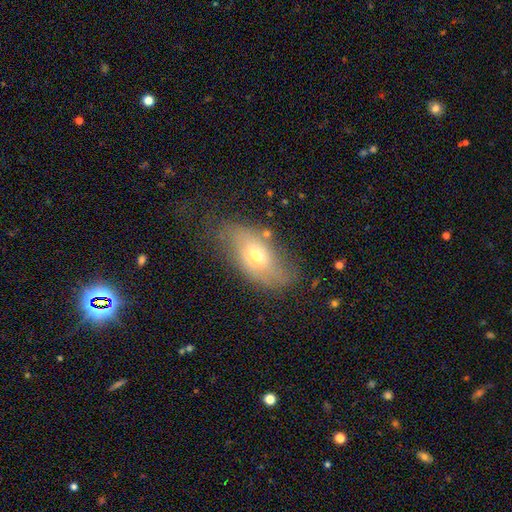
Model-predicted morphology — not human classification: This is possibly a smooth galaxy (47%). Merging: possibly none (59%).